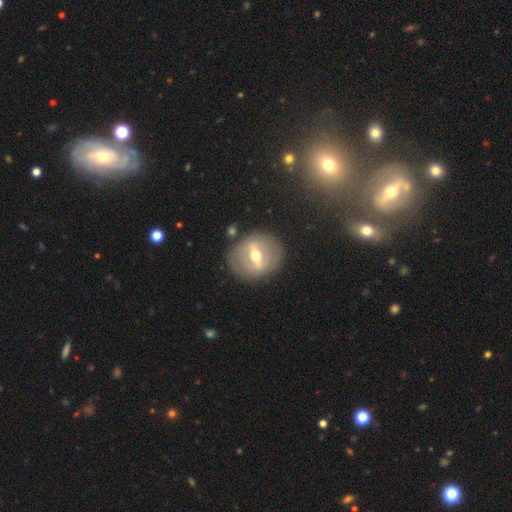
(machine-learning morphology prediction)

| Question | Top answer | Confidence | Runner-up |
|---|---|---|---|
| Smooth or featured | featured or disk | 73% | smooth (20%) |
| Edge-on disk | no | 79% | yes (21%) |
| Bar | strong | 69% | weak (25%) |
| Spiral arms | no | 76% | yes (24%) |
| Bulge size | moderate | 73% | small (18%) |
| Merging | none | 83% | minor disturbance (10%) |